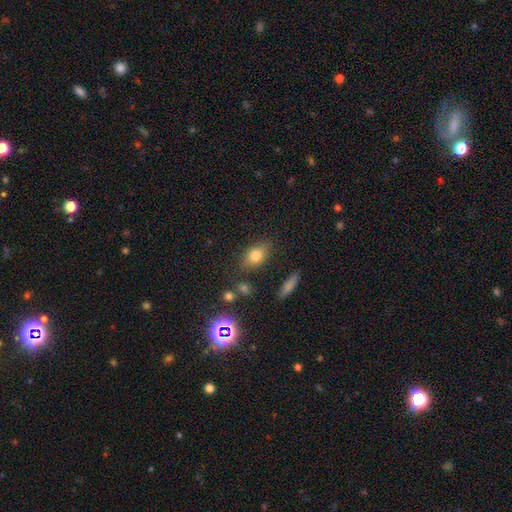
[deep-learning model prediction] A smooth galaxy with no disk features (77%) that is in between round and cigar-shaped (78%).

Vote fractions:
- Smooth or featured? smooth: 77% / featured or disk: 12% / star or artifact: 11%
- How rounded? in between: 78% / round: 18% / cigar-shaped: 4%
- Merging? none: 79% / minor disturbance: 13% / merger: 4% / major disturbance: 4%